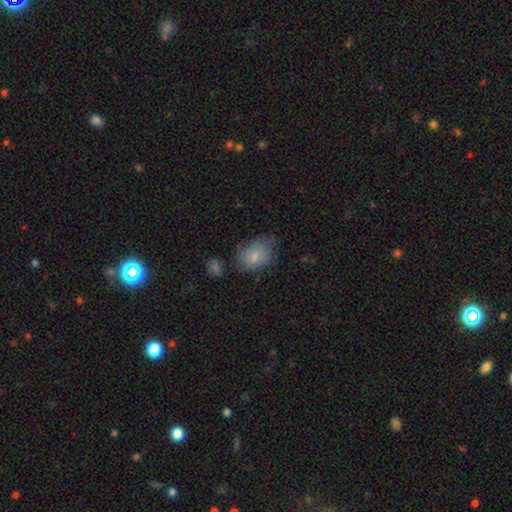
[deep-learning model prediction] A smooth galaxy with no disk features (75%) that is in between round and cigar-shaped (78%).

Vote fractions:
- Smooth or featured? smooth: 75% / featured or disk: 15% / star or artifact: 9%
- How rounded? in between: 78% / round: 21% / cigar-shaped: 1%
- Merging? none: 60% / minor disturbance: 29% / major disturbance: 8% / merger: 3%